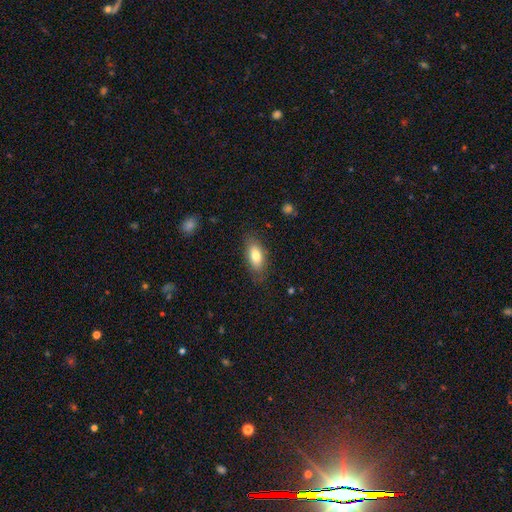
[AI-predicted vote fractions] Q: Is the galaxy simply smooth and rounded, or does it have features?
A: smooth — 79%.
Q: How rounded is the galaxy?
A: in between — 85%.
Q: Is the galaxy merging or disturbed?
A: none — 82%.